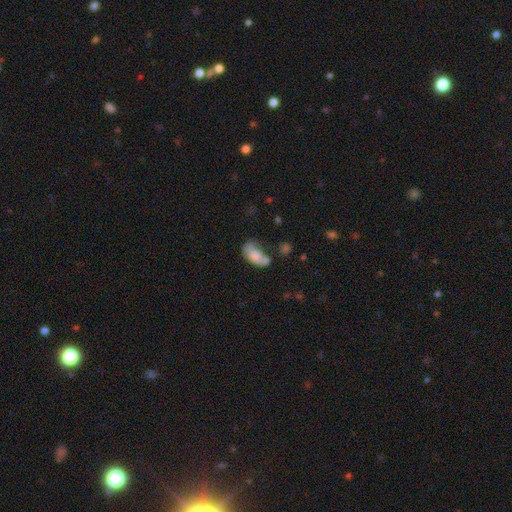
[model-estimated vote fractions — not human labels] This appears to be a smooth galaxy with no disk features (72%) that is in between round and cigar-shaped (92%). Merging: merger (30%).